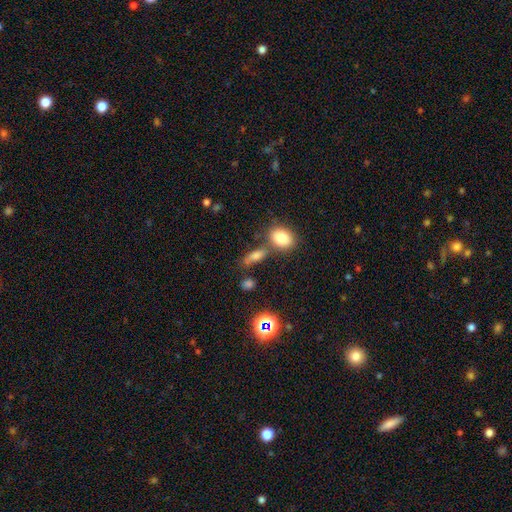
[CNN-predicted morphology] This is likely a smooth galaxy (71%). How rounded: possibly in between (57%). Merging: likely none (61%).